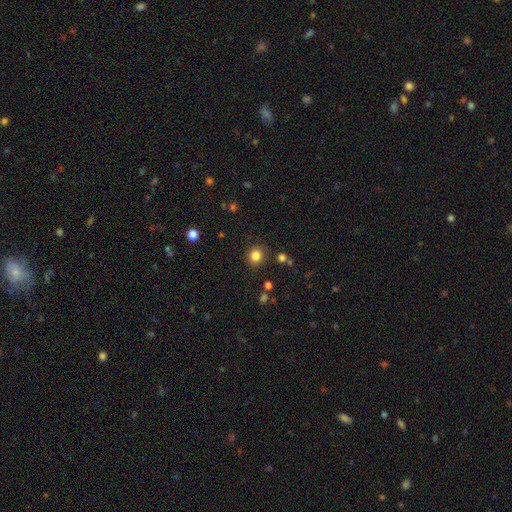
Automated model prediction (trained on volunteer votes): smooth 82%, star or artifact 13%, featured or disk 5%. Down the decision tree: how rounded — round (89%); merging — none (87%).